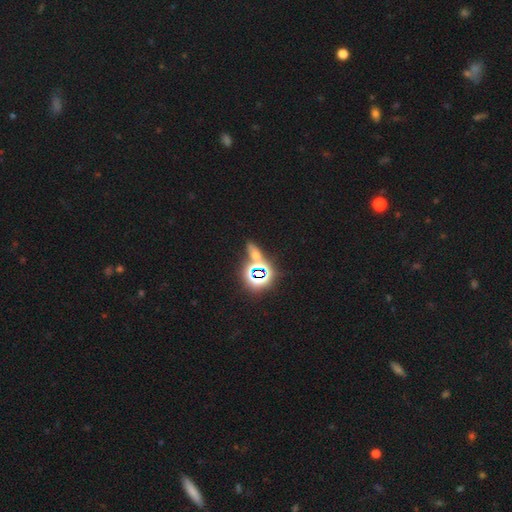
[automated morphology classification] Smooth or featured? star or artifact (53%)